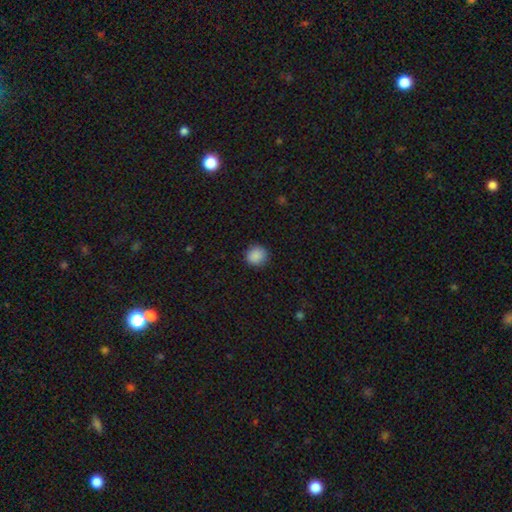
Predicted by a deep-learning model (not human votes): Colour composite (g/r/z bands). It shows a smooth galaxy with no disk features (89%) that is round (91%). Merging: none (90%).